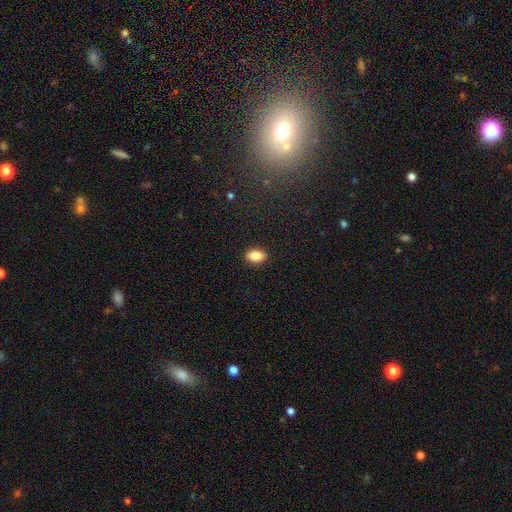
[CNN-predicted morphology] Overall: smooth (87%). How rounded: in between (88%). Merging: none (89%).